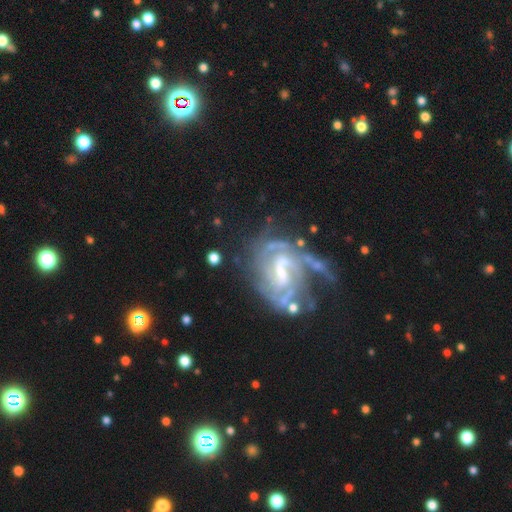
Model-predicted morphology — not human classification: This is clearly a featured or disk galaxy (80%). It is clearly not viewed edge-on (96%). Bar: possibly weak (48%). Spiral arm pattern: clearly yes (87%). Spiral arm count: marginally can't tell (36%). Spiral winding: marginally tight (43%). Central bulge: marginally small (44%). Merging: possibly none (46%).